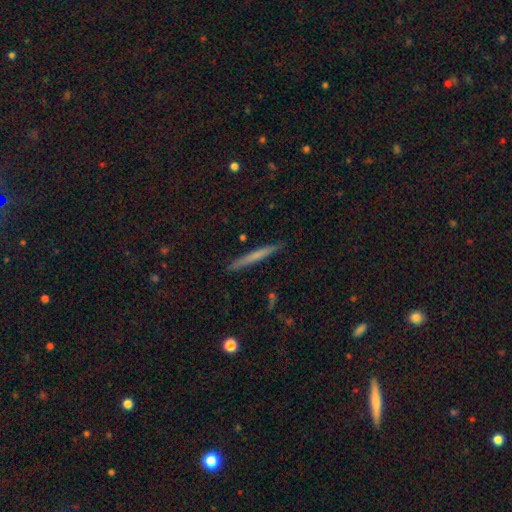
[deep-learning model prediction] This appears to be a smooth galaxy with no disk features (55%) that is cigar-shaped (96%). Merging: none (91%).